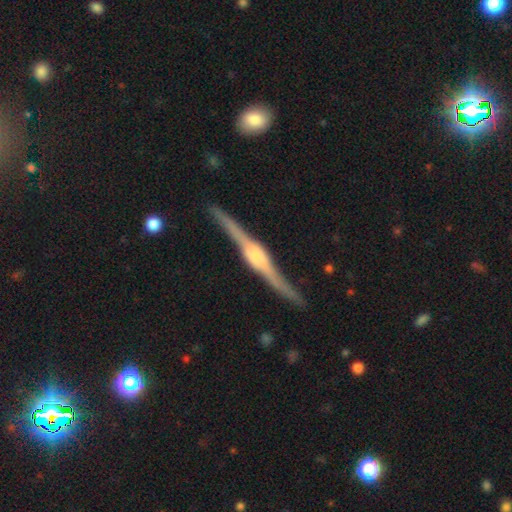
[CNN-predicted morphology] smooth_or_featured: featured or disk (p=0.88) [alt: smooth p=0.07]
disk_edge_on: yes (p=0.98) [alt: no p=0.02]
edge_on_bulge: rounded (p=0.82) [alt: boxy p=0.15]
merging: none (p=0.89) [alt: minor disturbance p=0.08]